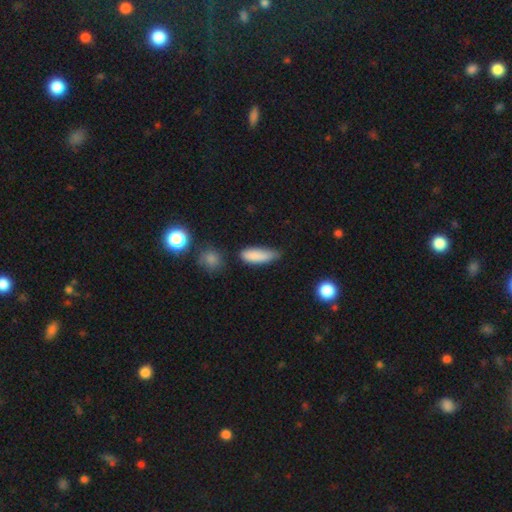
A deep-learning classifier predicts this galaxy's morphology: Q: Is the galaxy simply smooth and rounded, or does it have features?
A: smooth — 85%.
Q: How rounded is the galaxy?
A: in between — 56%.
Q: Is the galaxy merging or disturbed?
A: none — 53%.